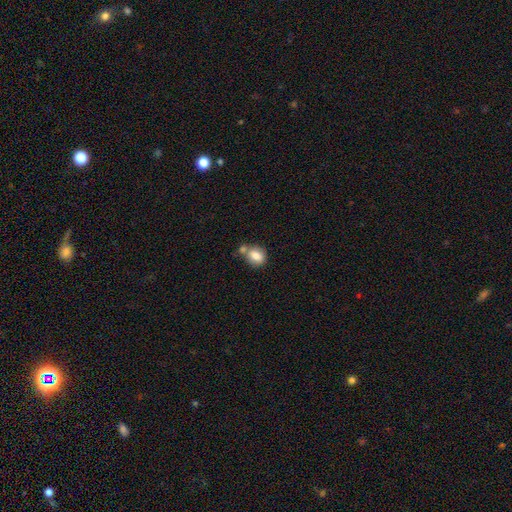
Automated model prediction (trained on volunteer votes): smooth_or_featured: smooth (p=0.83) [alt: featured or disk p=0.09]
how_rounded: round (p=0.51) [alt: in between p=0.48]
merging: none (p=0.44) [alt: merger p=0.37]